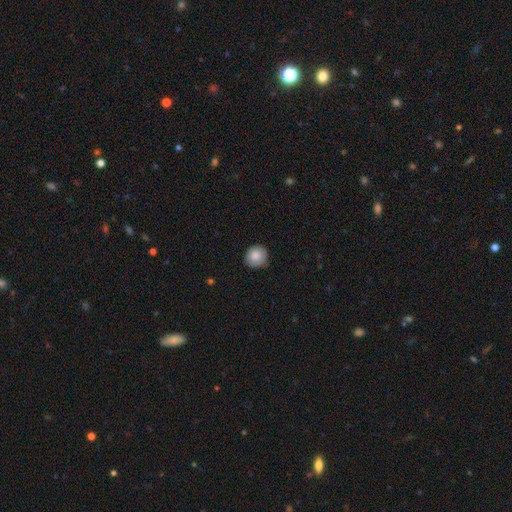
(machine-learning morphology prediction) smooth_or_featured: smooth (p=0.84) [alt: featured or disk p=0.09]
how_rounded: round (p=0.89) [alt: in between p=0.10]
merging: none (p=0.84) [alt: minor disturbance p=0.13]